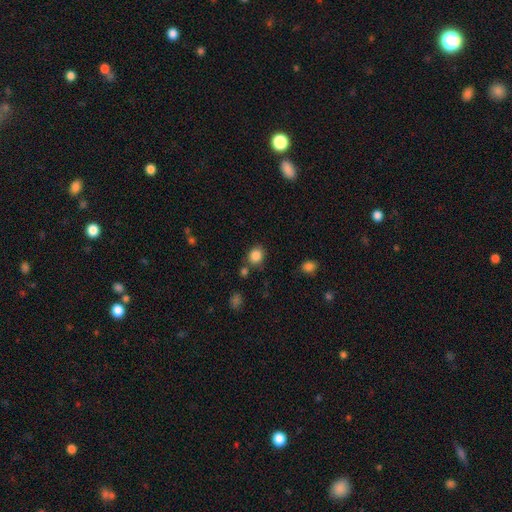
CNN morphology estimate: A smooth galaxy with no disk features (85%) that is round (69%).

Vote fractions:
- Smooth or featured? smooth: 85% / star or artifact: 10% / featured or disk: 4%
- How rounded? round: 69% / in between: 30% / cigar-shaped: 1%
- Merging? none: 76% / minor disturbance: 12% / merger: 8% / major disturbance: 4%